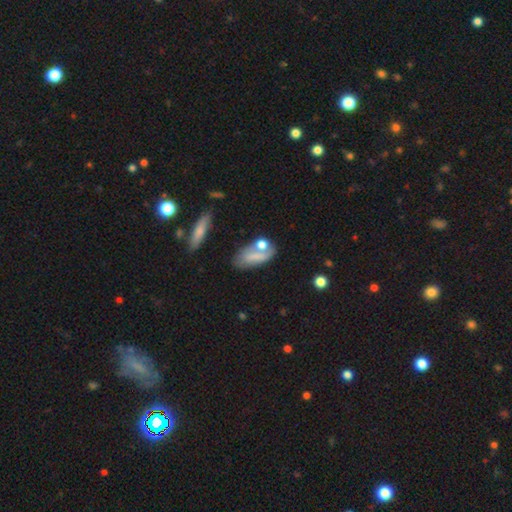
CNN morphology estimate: Smooth or featured: smooth — 60% (featured or disk — 31%)
How rounded: in between — 78% (cigar-shaped — 15%)
Merging: none — 41% (minor disturbance — 22%)